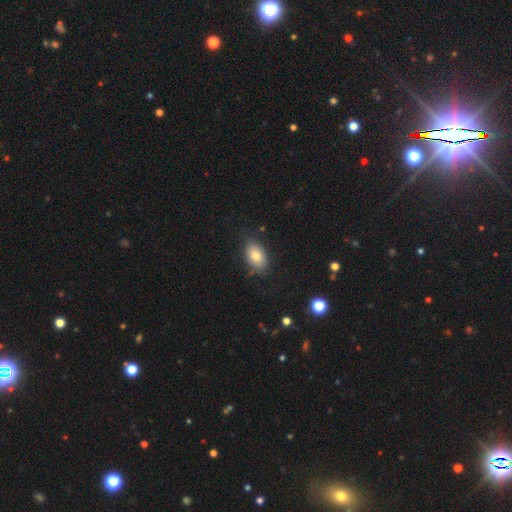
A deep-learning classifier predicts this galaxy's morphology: Smooth or featured: smooth — 79% (featured or disk — 13%)
How rounded: in between — 90% (round — 8%)
Merging: none — 76% (minor disturbance — 18%)